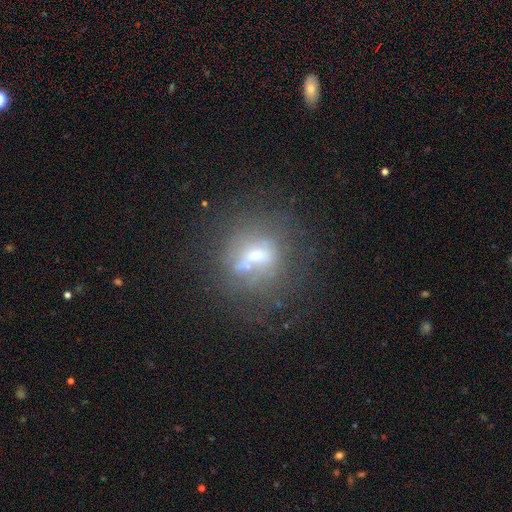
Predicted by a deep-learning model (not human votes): This is possibly a featured or disk galaxy (49%). Merging: possibly none (53%).